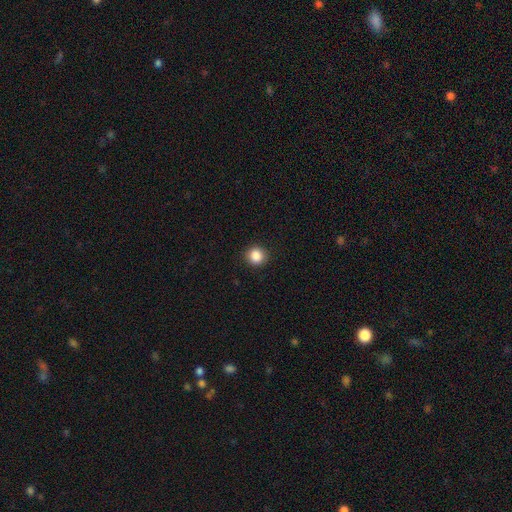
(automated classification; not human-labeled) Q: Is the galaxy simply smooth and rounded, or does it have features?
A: smooth — 86%.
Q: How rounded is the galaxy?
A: round — 90%.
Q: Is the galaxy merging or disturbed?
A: none — 91%.